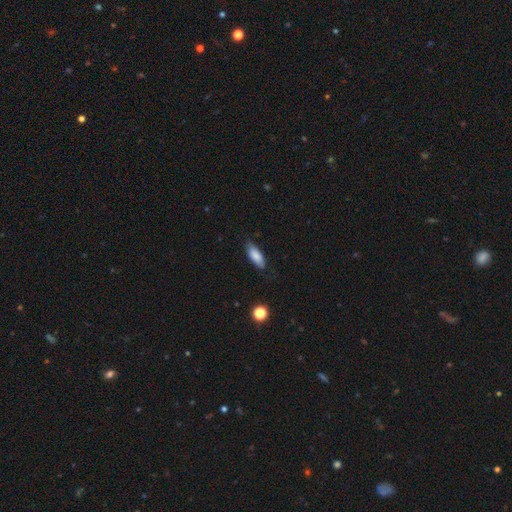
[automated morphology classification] This appears to be a smooth galaxy with no disk features (83%) that is in between round and cigar-shaped (73%). Merging: none (76%).